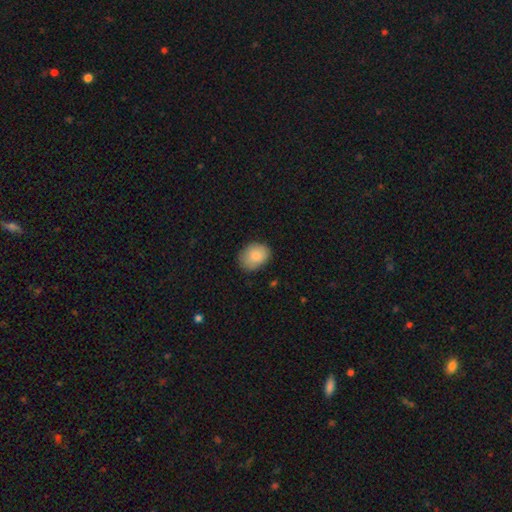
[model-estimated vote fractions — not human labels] This appears to be a smooth galaxy with no disk features (87%) that is in between round and cigar-shaped (58%). Merging: none (78%).